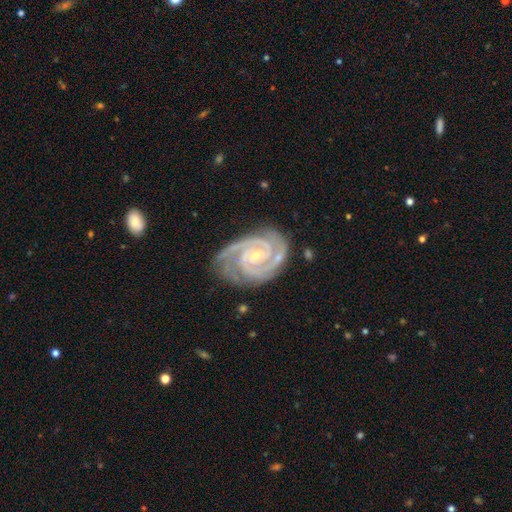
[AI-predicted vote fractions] Overall: featured or disk (94%). Edge-on disk: no (98%). Bar: no (48%; weak 35%). Spiral arms: yes (99%). Spiral arm count: 2 (48%; 3 32%). Spiral winding: tight (71%). Bulge size: small (76%). Merging: none (72%).